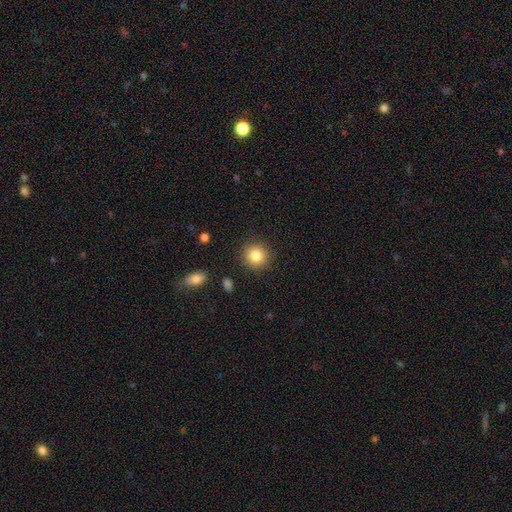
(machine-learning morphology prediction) A smooth galaxy with no disk features (83%) that is round (92%). Merging: none (90%).